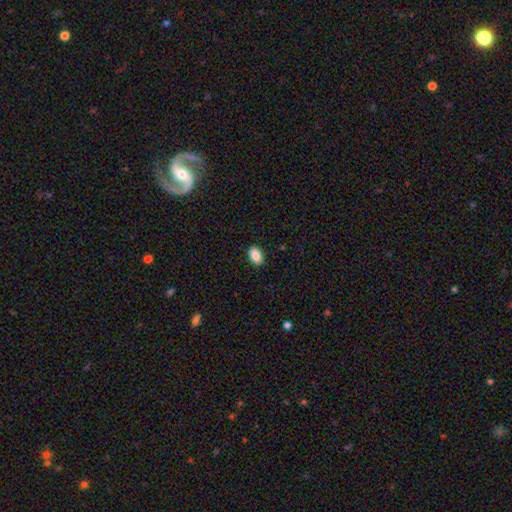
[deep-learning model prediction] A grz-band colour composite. It shows a smooth galaxy with no disk features (89%) that is in between round and cigar-shaped (90%). Merging: none (89%).